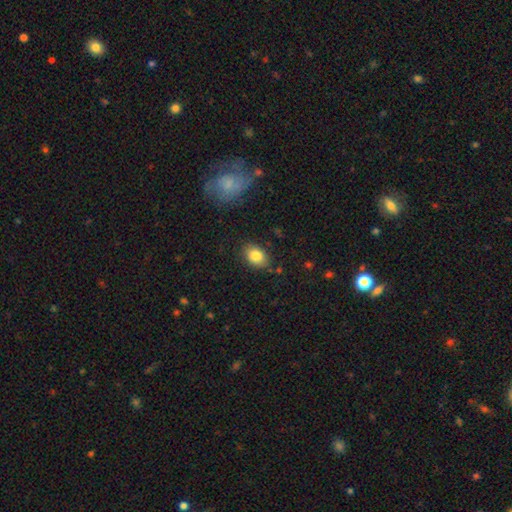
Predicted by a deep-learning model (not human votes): A smooth galaxy with no disk features (84%) that is in between round and cigar-shaped (80%).

Vote fractions:
- Smooth or featured? smooth: 84% / star or artifact: 8% / featured or disk: 8%
- How rounded? in between: 80% / round: 19% / cigar-shaped: 1%
- Merging? none: 82% / minor disturbance: 13% / major disturbance: 3% / merger: 2%